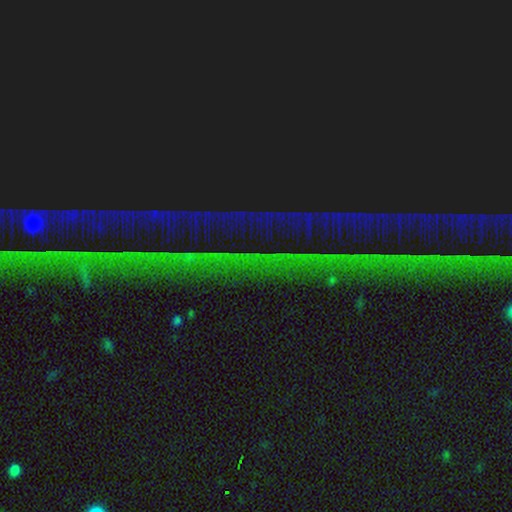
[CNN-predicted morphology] Smooth or featured? star or artifact (89%)